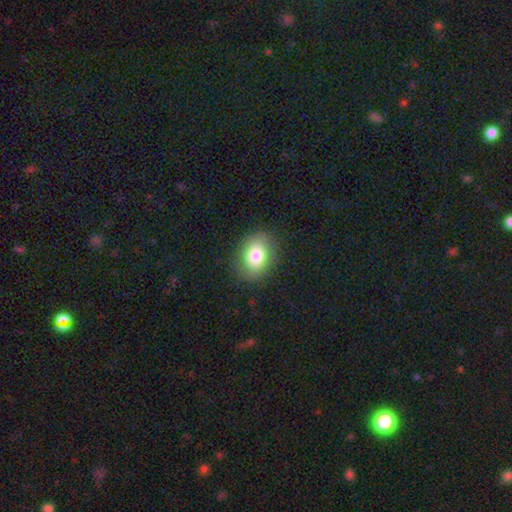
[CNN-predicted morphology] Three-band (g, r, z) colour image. It shows a smooth galaxy with no disk features (79%) that is in between round and cigar-shaped (68%). Merging: none (83%).